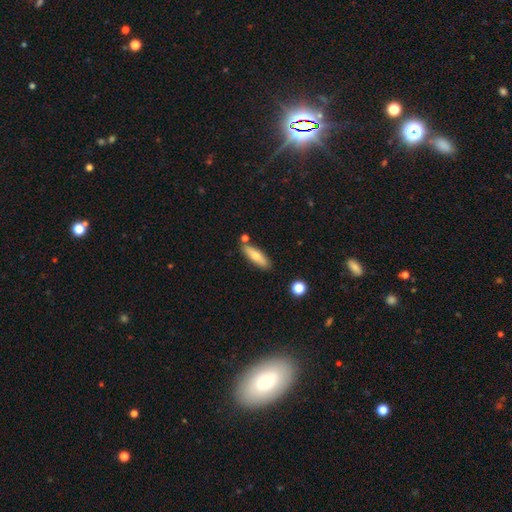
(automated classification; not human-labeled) Overall: smooth (69%). How rounded: cigar-shaped (62%; in between 36%). Merging: none (78%).